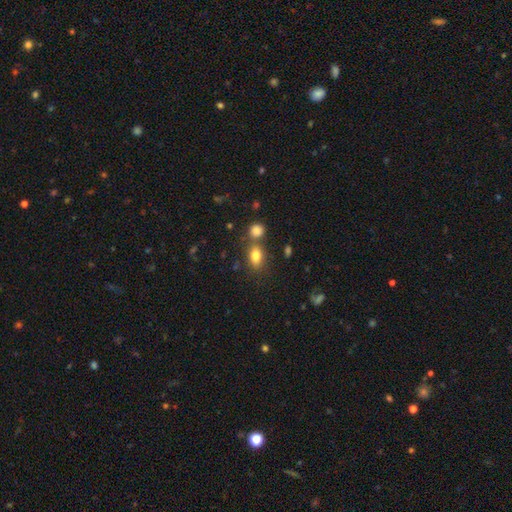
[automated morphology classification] smooth 81%, star or artifact 10%, featured or disk 9%. Down the decision tree: how rounded — in between (81%); merging — none (62%).